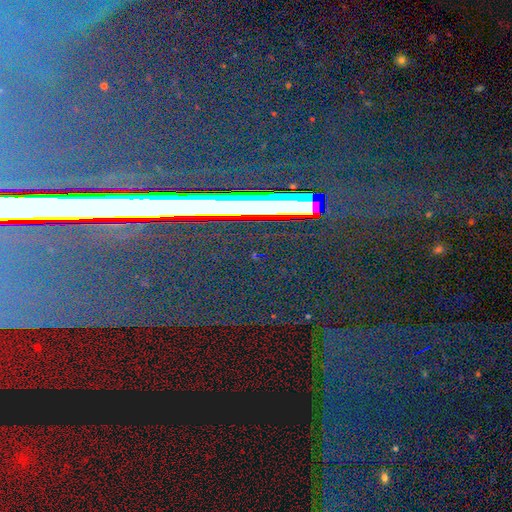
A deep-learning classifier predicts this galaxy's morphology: star or artifact 74%, featured or disk 16%, smooth 10%.